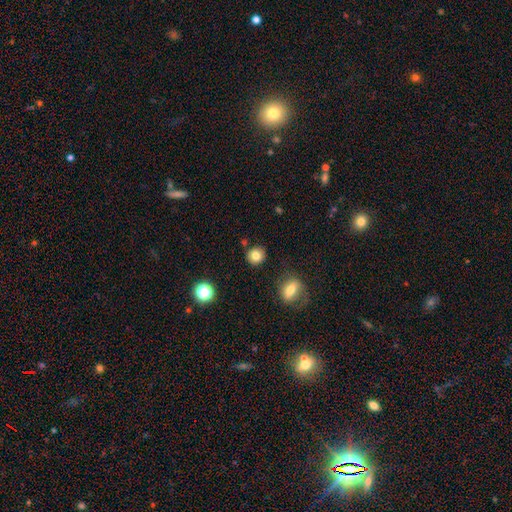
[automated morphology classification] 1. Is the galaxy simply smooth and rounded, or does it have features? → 80% smooth, 12% star or artifact, 8% featured or disk.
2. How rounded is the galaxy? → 89% round, 10% in between, 1% cigar-shaped.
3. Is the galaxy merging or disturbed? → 86% none, 8% minor disturbance, 3% merger, 2% major disturbance.